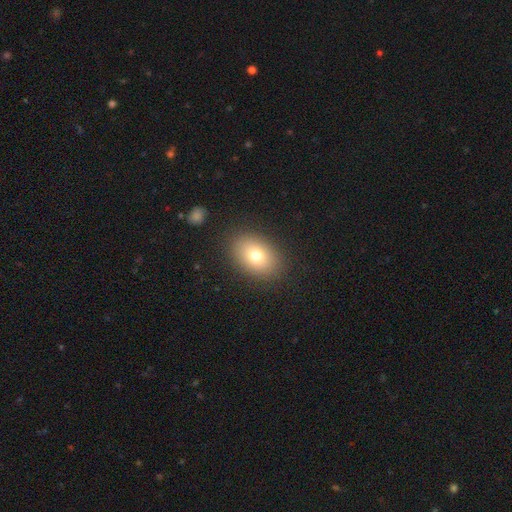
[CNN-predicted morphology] This appears to be a smooth galaxy with no disk features (77%) that is in between round and cigar-shaped (82%). Merging: none (88%).